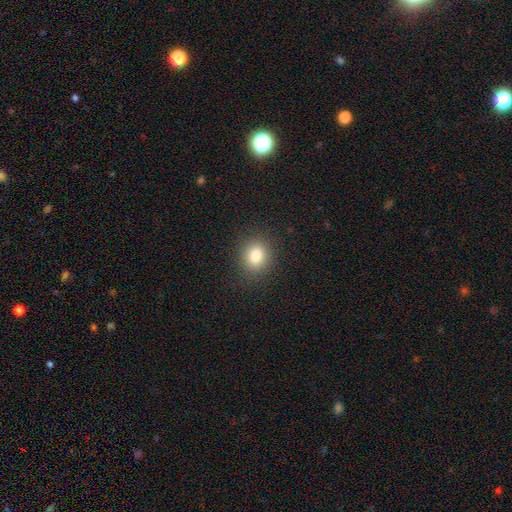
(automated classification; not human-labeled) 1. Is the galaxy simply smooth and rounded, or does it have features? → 81% smooth, 11% star or artifact, 8% featured or disk.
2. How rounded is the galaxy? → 67% round, 32% in between, 1% cigar-shaped.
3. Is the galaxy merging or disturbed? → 88% none, 8% minor disturbance, 3% major disturbance, 1% merger.